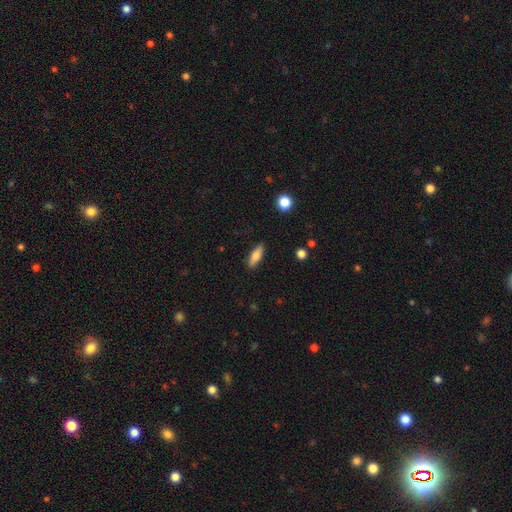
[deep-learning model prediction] A smooth galaxy with no disk features (77%) that is in between round and cigar-shaped (59%).

Vote fractions:
- Smooth or featured? smooth: 77% / featured or disk: 16% / star or artifact: 7%
- How rounded? in between: 59% / cigar-shaped: 38% / round: 3%
- Merging? none: 87% / minor disturbance: 9% / major disturbance: 2% / merger: 1%